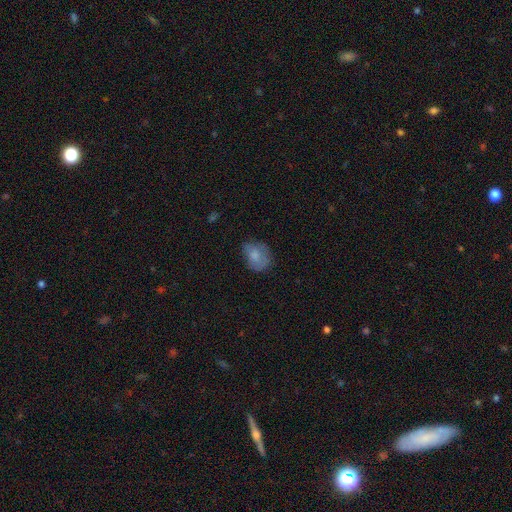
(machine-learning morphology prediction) The model was most divided on "how rounded": in between: 54%, round: 45%, cigar-shaped: 1%. More confident: smooth or featured — smooth (72%); merging — none (55%).